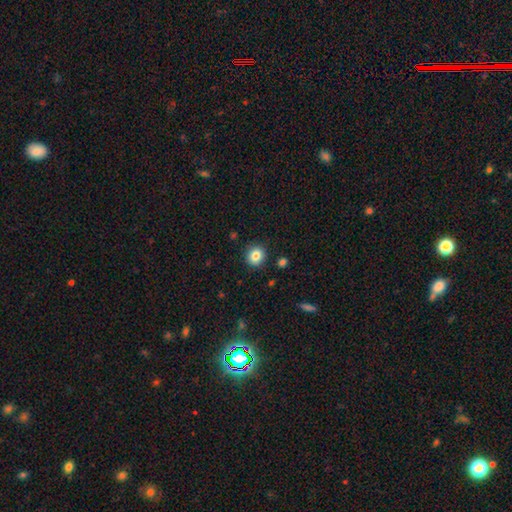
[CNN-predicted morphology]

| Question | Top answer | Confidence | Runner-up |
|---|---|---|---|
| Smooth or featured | smooth | 83% | star or artifact (10%) |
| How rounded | round | 87% | in between (12%) |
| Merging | none | 89% | minor disturbance (7%) |